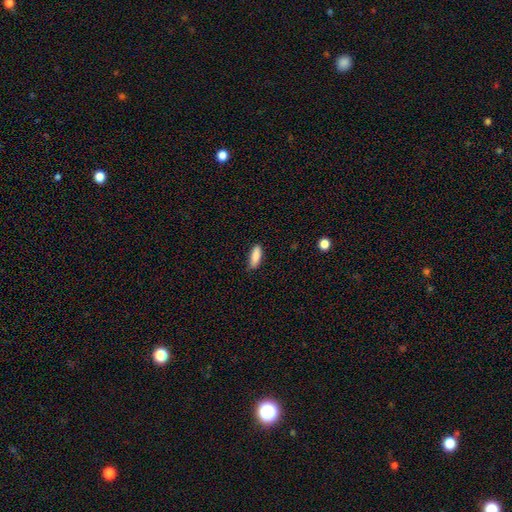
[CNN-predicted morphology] Smooth or featured? Predicted: smooth (p=0.87). How rounded? Predicted: in between (p=0.59). Merging? Predicted: none (p=0.78).